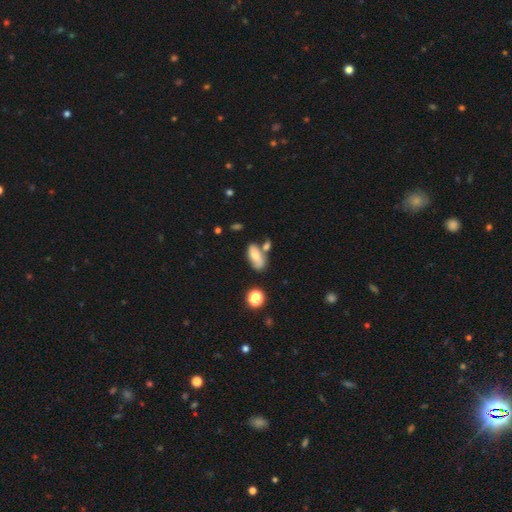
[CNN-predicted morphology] type=smooth (72%); roundness=in between (84%); merging=none (50%).